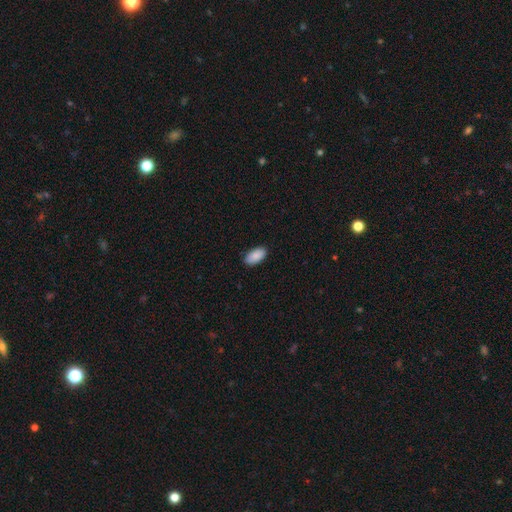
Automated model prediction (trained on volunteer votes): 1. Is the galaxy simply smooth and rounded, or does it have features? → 90% smooth, 6% star or artifact, 4% featured or disk.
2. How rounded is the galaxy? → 95% in between, 3% cigar-shaped, 2% round.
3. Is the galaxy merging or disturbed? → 89% none, 8% minor disturbance, 2% major disturbance, 1% merger.